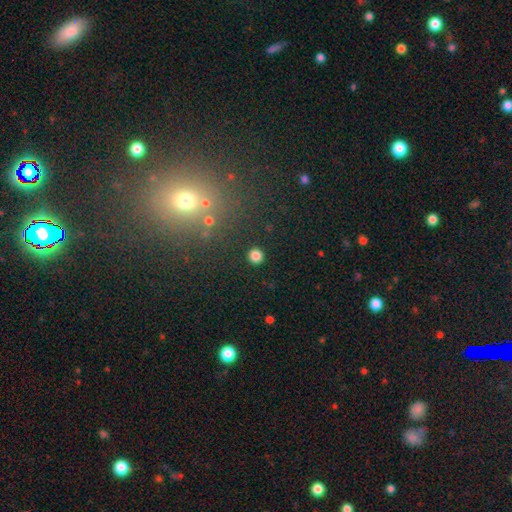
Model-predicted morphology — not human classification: Q: Smooth or featured?
A: smooth (83%); runner-up: star or artifact (13%)
Q: How rounded?
A: round (95%); runner-up: in between (4%)
Q: Merging?
A: none (92%); runner-up: minor disturbance (4%)